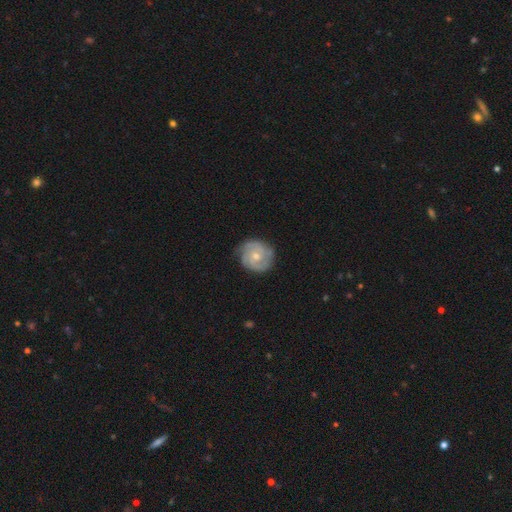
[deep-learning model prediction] Smooth or featured: featured or disk — 72% (smooth — 22%)
Edge-on disk: no — 98% (yes — 2%)
Bar: no — 77% (weak — 20%)
Spiral arms: yes — 92% (no — 8%)
Spiral winding: tight — 59% (medium — 33%)
Spiral arm count: 2 — 34% (3 — 31%)
Bulge size: moderate — 50% (small — 46%)
Merging: none — 77% (minor disturbance — 18%)